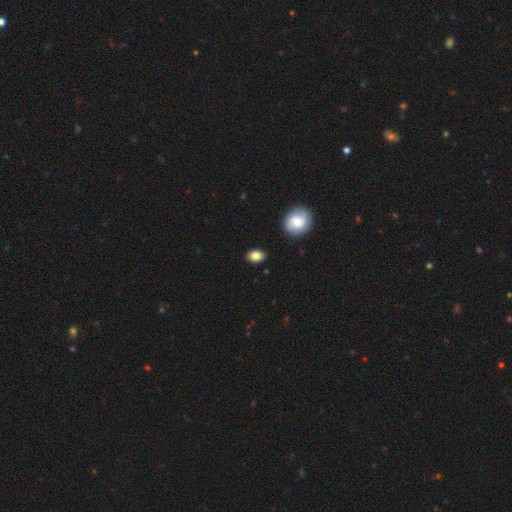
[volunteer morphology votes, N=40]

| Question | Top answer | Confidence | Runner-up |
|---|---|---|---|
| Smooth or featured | smooth | 95% | featured or disk (2%) |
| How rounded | in between | 82% | round (18%) |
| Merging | none | 85% | minor disturbance (13%) |